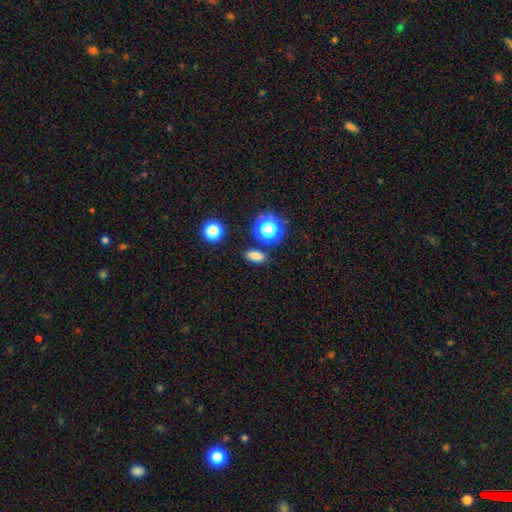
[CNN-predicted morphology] Smooth or featured? Predicted: smooth (p=0.75). How rounded? Predicted: in between (p=0.74). Merging? Predicted: none (p=0.85).